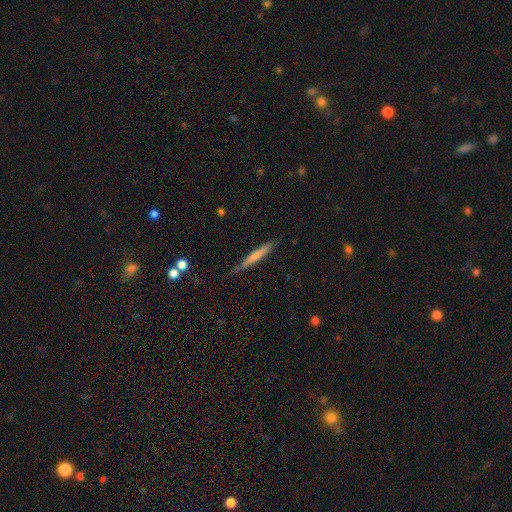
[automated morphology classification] A smooth galaxy with no disk features (61%) that is cigar-shaped (95%). Merging: none (84%).